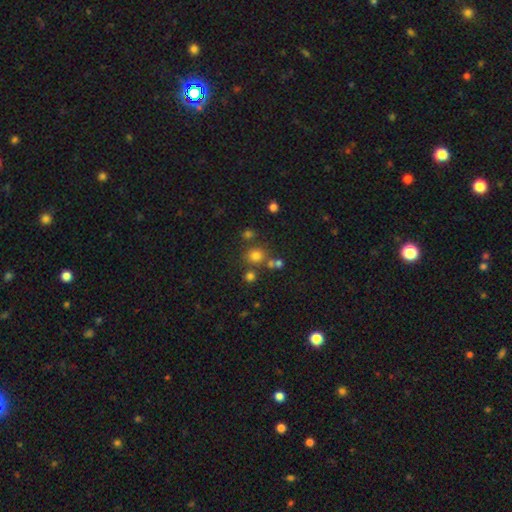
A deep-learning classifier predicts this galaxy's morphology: A smooth galaxy with no disk features (73%) that is round (88%).

Vote fractions:
- Smooth or featured? smooth: 73% / star or artifact: 20% / featured or disk: 8%
- How rounded? round: 88% / in between: 11% / cigar-shaped: 1%
- Merging? none: 71% / merger: 16% / minor disturbance: 9% / major disturbance: 4%